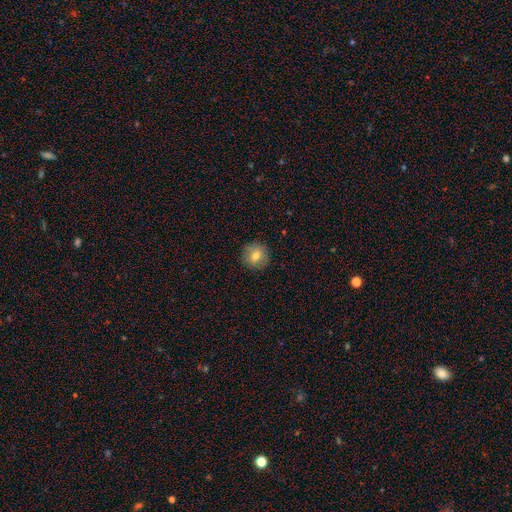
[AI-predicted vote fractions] This is likely a smooth galaxy (72%). How rounded: clearly round (92%). Merging: clearly none (89%).